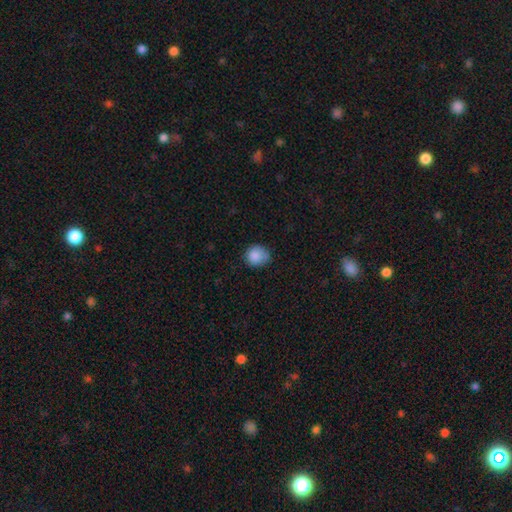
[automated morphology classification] Overall: smooth (86%). How rounded: round (76%). Merging: none (69%).